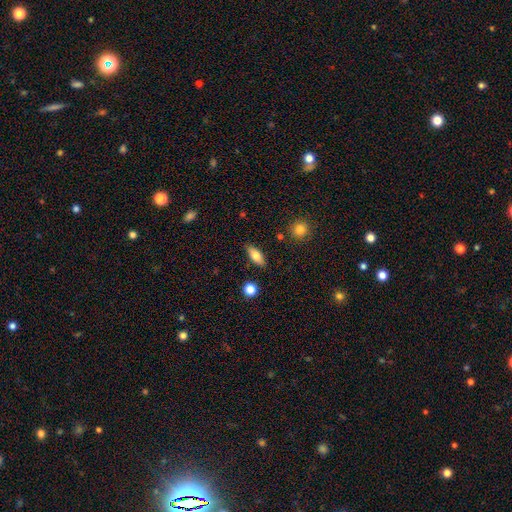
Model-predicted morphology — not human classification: A smooth galaxy with no disk features (79%) that is in between round and cigar-shaped (80%).

Vote fractions:
- Smooth or featured? smooth: 79% / featured or disk: 14% / star or artifact: 7%
- How rounded? in between: 80% / cigar-shaped: 17% / round: 3%
- Merging? none: 85% / minor disturbance: 10% / major disturbance: 2% / merger: 2%